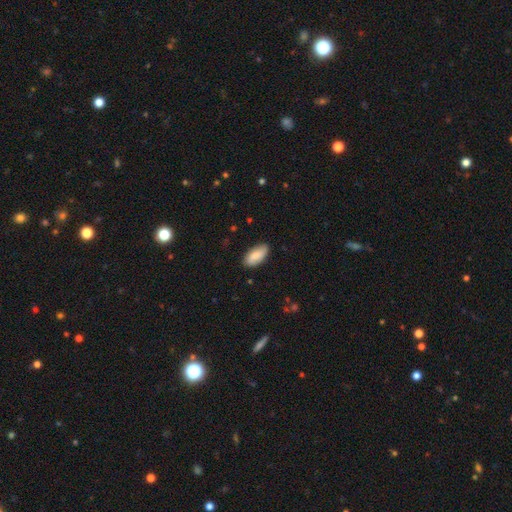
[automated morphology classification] This is clearly a smooth galaxy (84%). How rounded: clearly in between (92%). Merging: clearly none (85%).